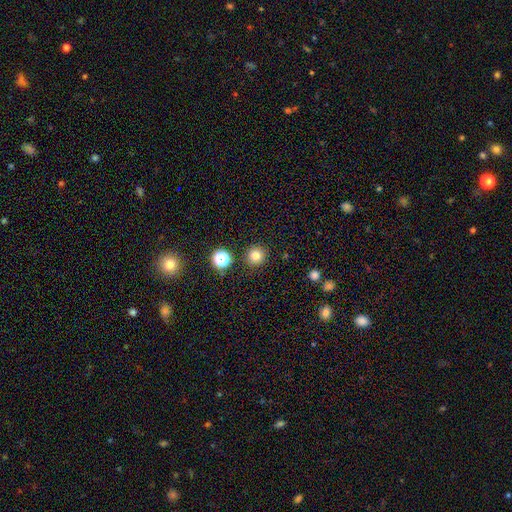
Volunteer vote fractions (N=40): Volunteers were most divided on "smooth or featured": smooth: 82%, star or artifact: 10%, featured or disk: 8%. More confident: merging — none (100%); how rounded — round (97%).